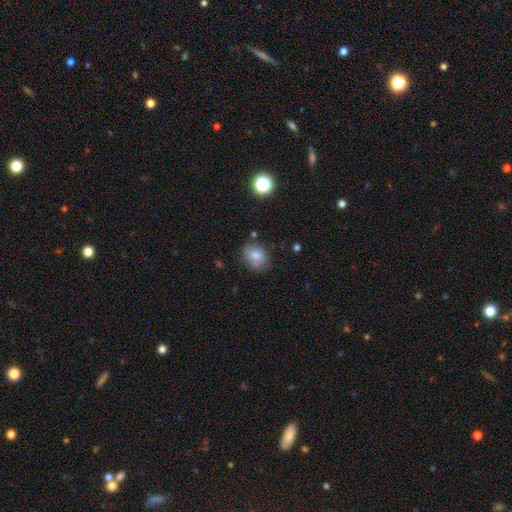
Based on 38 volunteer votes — Q: Smooth or featured?
A: smooth (89%); runner-up: star or artifact (8%)
Q: How rounded?
A: in between (53%); runner-up: round (47%)
Q: Merging?
A: none (60%); runner-up: minor disturbance (20%)